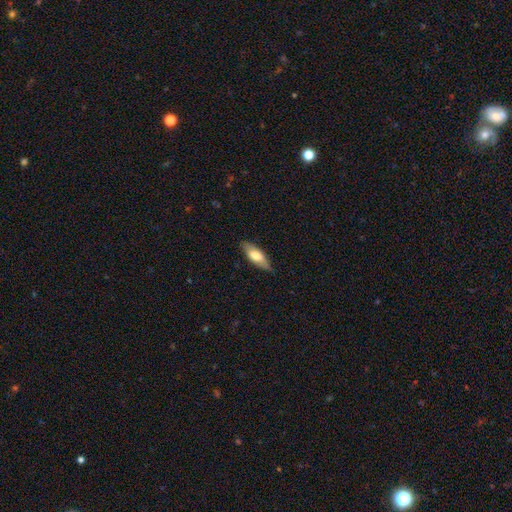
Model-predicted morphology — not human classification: This appears to be a smooth galaxy with no disk features (62%) that is in between round and cigar-shaped (66%). Merging: none (81%).